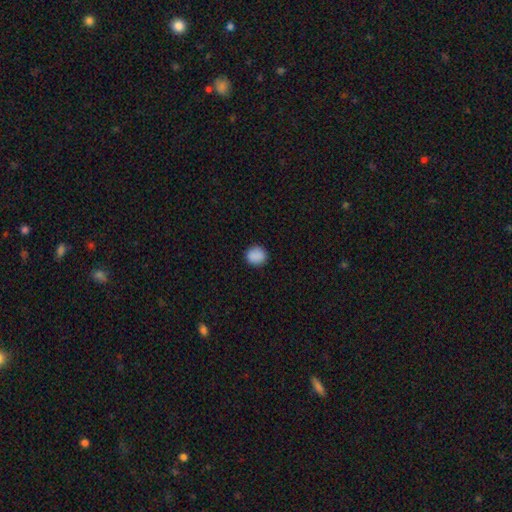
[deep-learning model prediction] Smooth or featured? Predicted: smooth (p=0.89). How rounded? Predicted: round (p=0.78). Merging? Predicted: none (p=0.89).